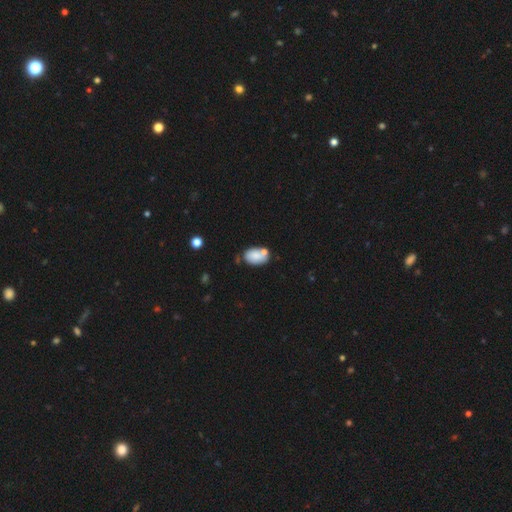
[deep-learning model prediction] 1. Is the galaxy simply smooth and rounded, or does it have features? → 78% smooth, 14% featured or disk, 8% star or artifact.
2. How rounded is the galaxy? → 87% in between, 12% round, 1% cigar-shaped.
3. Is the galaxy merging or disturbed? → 50% none, 24% merger, 20% minor disturbance, 6% major disturbance.